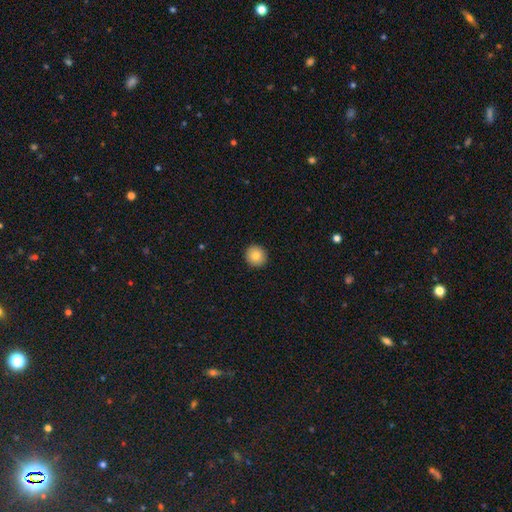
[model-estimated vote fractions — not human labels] smooth_or_featured: smooth (p=0.84) [alt: star or artifact p=0.09]
how_rounded: round (p=0.92) [alt: in between p=0.07]
merging: none (p=0.93) [alt: minor disturbance p=0.05]